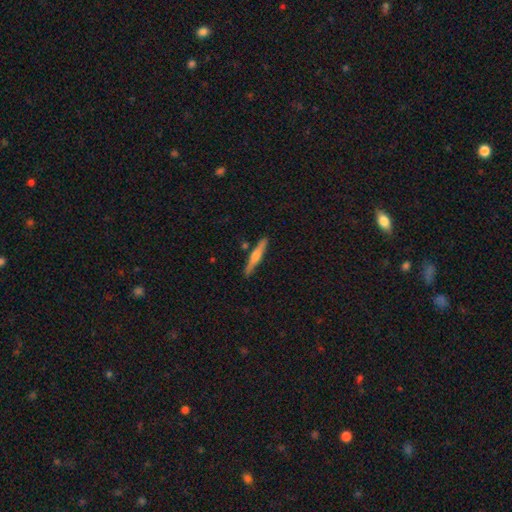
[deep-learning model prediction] featured or disk 56%, smooth 38%, star or artifact 6%. Down the decision tree: edge-on disk — yes (97%); edge-on bulge — rounded (78%); merging — none (87%).